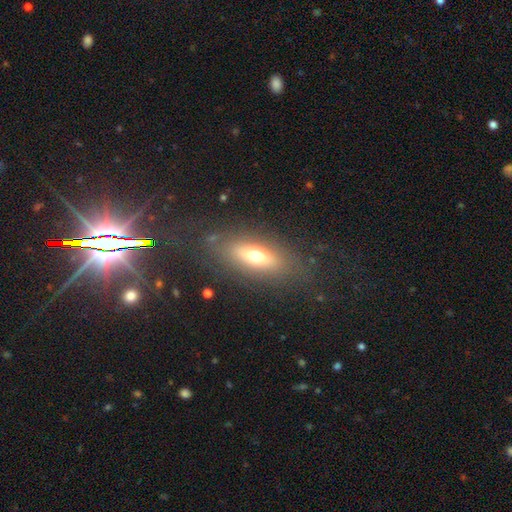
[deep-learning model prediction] A smooth galaxy with no disk features (56%) that is in between round and cigar-shaped (64%).

Vote fractions:
- Smooth or featured? smooth: 56% / featured or disk: 34% / star or artifact: 10%
- How rounded? in between: 64% / cigar-shaped: 29% / round: 7%
- Merging? none: 79% / minor disturbance: 12% / major disturbance: 7% / merger: 2%